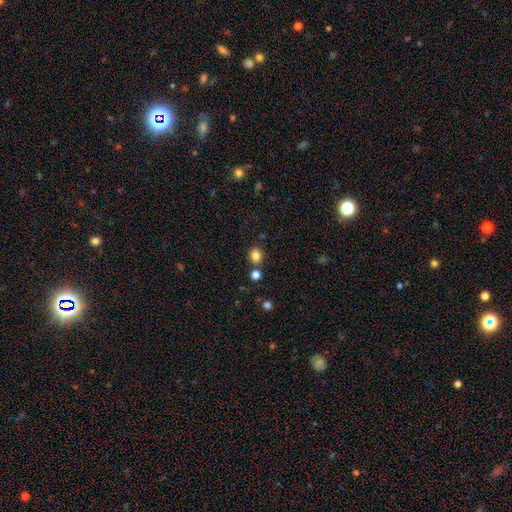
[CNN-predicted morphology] smooth-or-featured: smooth: 82% | star or artifact: 13% | featured or disk: 5%
  how-rounded: round: 75% | in between: 24% | cigar-shaped: 1%
  merging: none: 79% | merger: 9% | minor disturbance: 9% | major disturbance: 3%